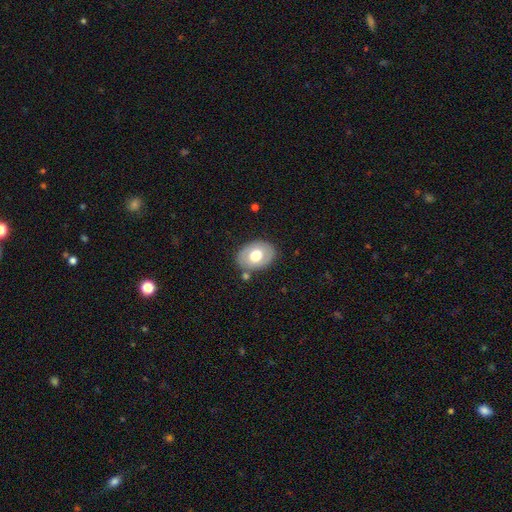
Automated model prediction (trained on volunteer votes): smooth-or-featured: smooth: 60% | featured or disk: 34% | star or artifact: 6%
  how-rounded: in between: 74% | round: 25% | cigar-shaped: 1%
  merging: none: 79% | minor disturbance: 13% | merger: 4% | major disturbance: 4%